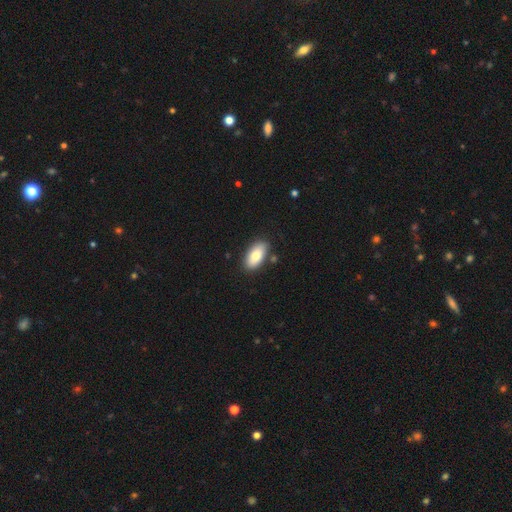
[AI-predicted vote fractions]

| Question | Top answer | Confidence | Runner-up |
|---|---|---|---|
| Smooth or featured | smooth | 80% | featured or disk (14%) |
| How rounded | in between | 92% | cigar-shaped (5%) |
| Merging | none | 84% | minor disturbance (10%) |